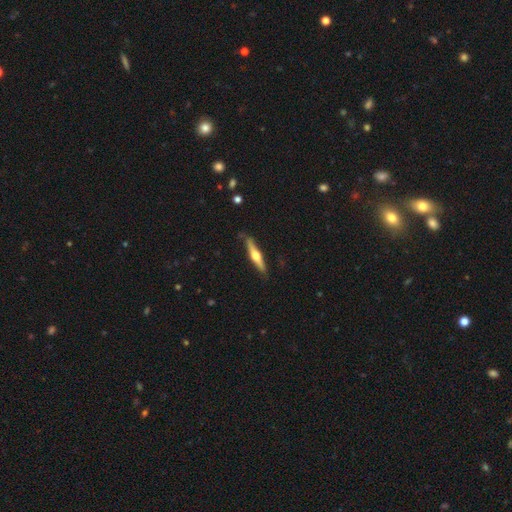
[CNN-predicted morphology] smooth-or-featured: featured or disk: 62% | smooth: 33% | star or artifact: 5%
  disk-edge-on: yes: 96% | no: 4%
    edge-on-bulge: rounded: 93% | none: 4% | boxy: 3%
  merging: none: 82% | minor disturbance: 14% | major disturbance: 2% | merger: 2%